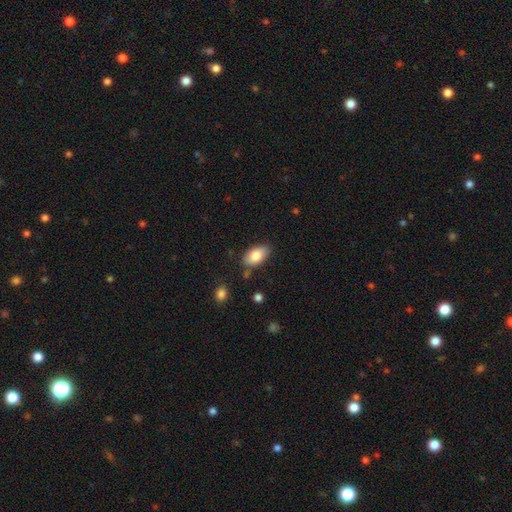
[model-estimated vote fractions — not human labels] A smooth galaxy with no disk features (82%) that is in between round and cigar-shaped (94%). Merging: none (79%).